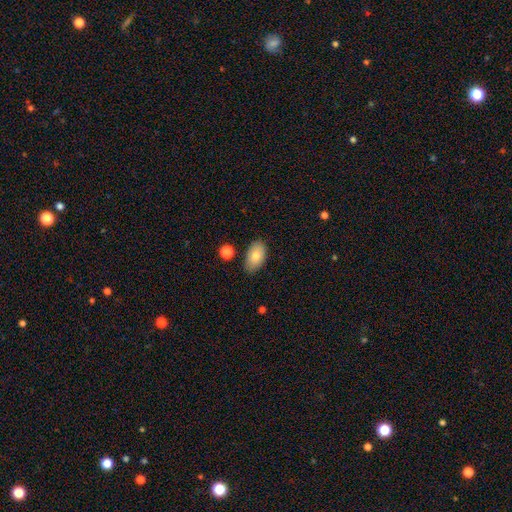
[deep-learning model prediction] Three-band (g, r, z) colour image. It shows a smooth galaxy with no disk features (79%) that is in between round and cigar-shaped (93%). Merging: none (81%).